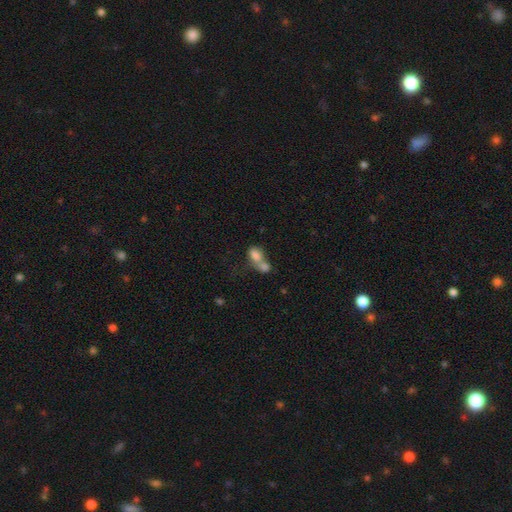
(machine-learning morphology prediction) type=smooth (76%); roundness=in between (79%); merging=merger (71%).